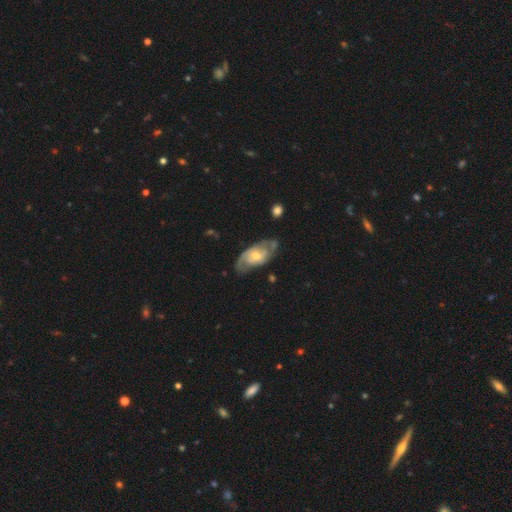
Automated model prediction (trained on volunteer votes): Smooth or featured? featured or disk (77%)
Edge-on disk? no (93%)
Bar? no (62%)
Spiral arms? yes (89%)
Spiral winding? medium (43%)
Spiral arm count? 2 (66%)
Bulge size? moderate (60%)
Merging? none (65%)